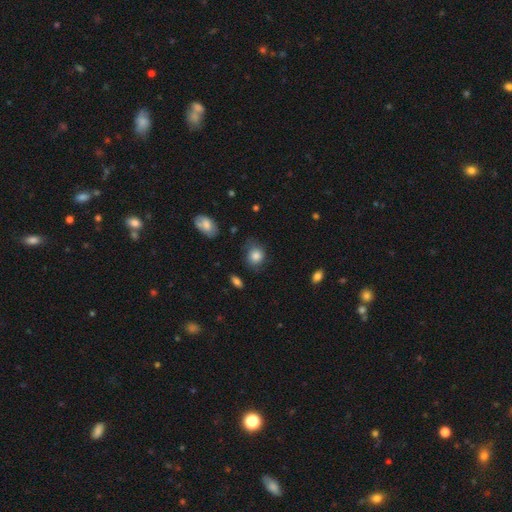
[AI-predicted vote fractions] Smooth or featured?
  - smooth: 80% *
  - featured or disk: 11%
  - star or artifact: 9%
How rounded?
  - round: 68% *
  - in between: 31%
  - cigar-shaped: 1%
Merging?
  - none: 62% *
  - minor disturbance: 27%
  - major disturbance: 9%
  - merger: 2%